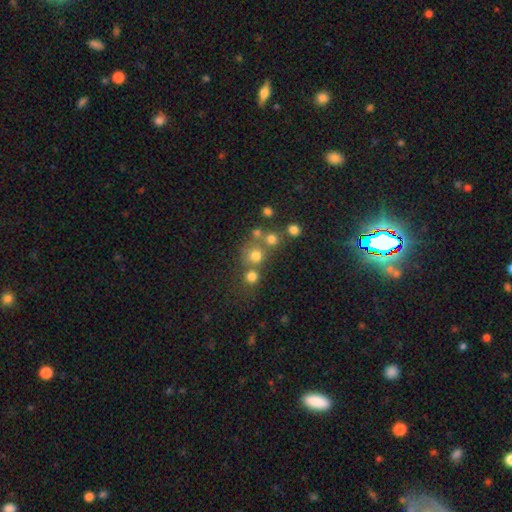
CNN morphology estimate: type=smooth (70%); roundness=round (89%); merging=none (58%).